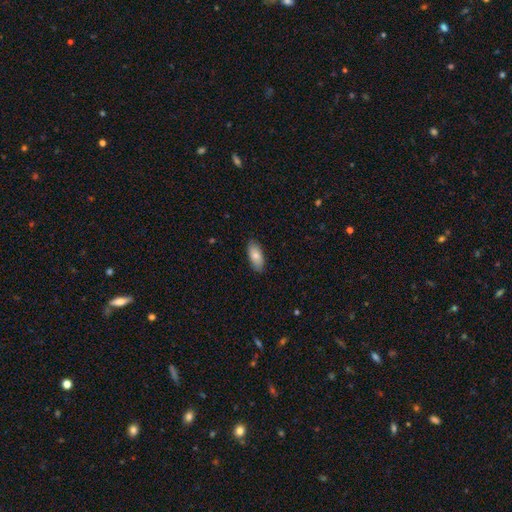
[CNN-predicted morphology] Smooth or featured: smooth — 81% (featured or disk — 13%)
How rounded: in between — 87% (cigar-shaped — 11%)
Merging: none — 86% (minor disturbance — 11%)